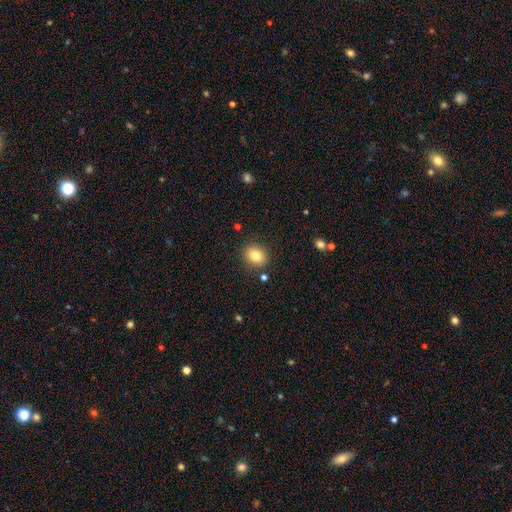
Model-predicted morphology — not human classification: Overall: smooth (81%). How rounded: round (69%; in between 30%). Merging: none (87%).